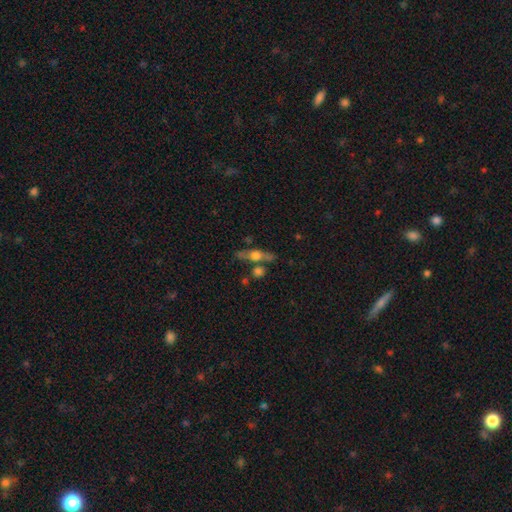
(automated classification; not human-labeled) Q: Smooth or featured?
A: featured or disk (57%); runner-up: smooth (32%)
Q: Edge-on disk?
A: yes (85%); runner-up: no (15%)
Q: Merging?
A: none (66%); runner-up: merger (16%)